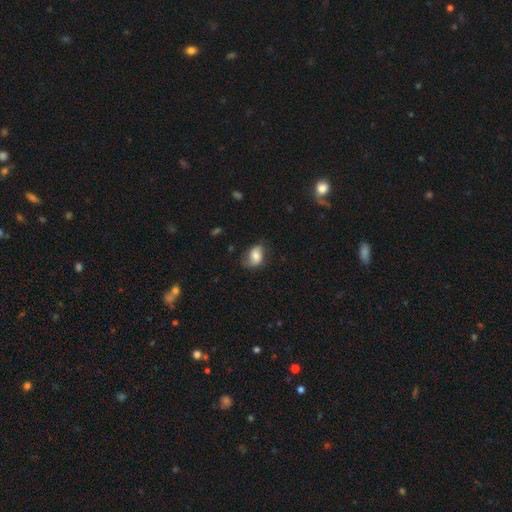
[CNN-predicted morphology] This appears to be a smooth galaxy with no disk features (64%) that is in between round and cigar-shaped (77%). Merging: none (58%).